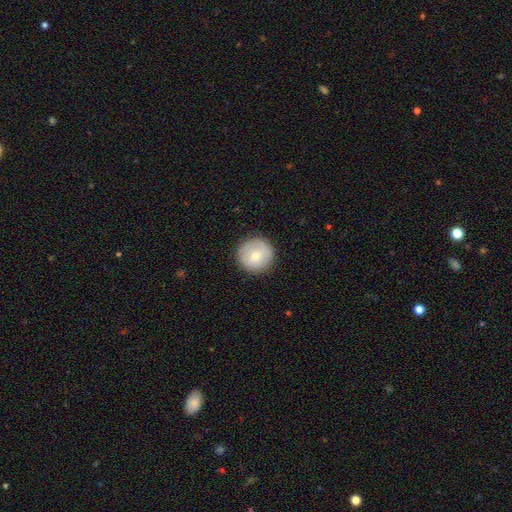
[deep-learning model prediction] Smooth or featured?
  - smooth: 71% *
  - featured or disk: 21%
  - star or artifact: 8%
How rounded?
  - round: 95% *
  - in between: 4%
  - cigar-shaped: 1%
Merging?
  - none: 88% *
  - minor disturbance: 8%
  - major disturbance: 2%
  - merger: 1%